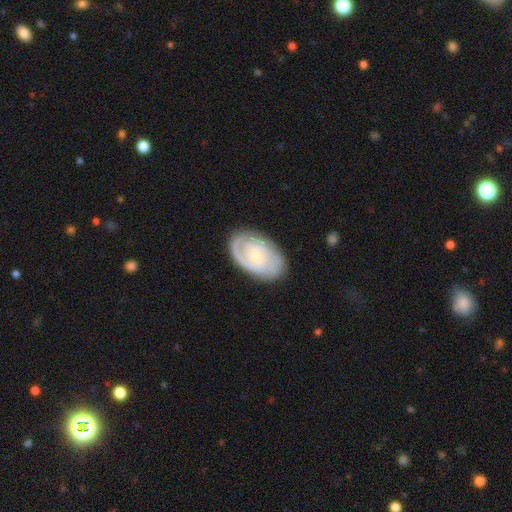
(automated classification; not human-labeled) Smooth or featured? Predicted: featured or disk (p=0.78). Edge-on disk? Predicted: no (p=0.96). Bar? Predicted: no (p=0.65). Spiral arms? Predicted: yes (p=0.94). Spiral winding? Predicted: tight (p=0.66). Spiral arm count? Predicted: 2 (p=0.44). Bulge size? Predicted: small (p=0.76). Merging? Predicted: none (p=0.81).